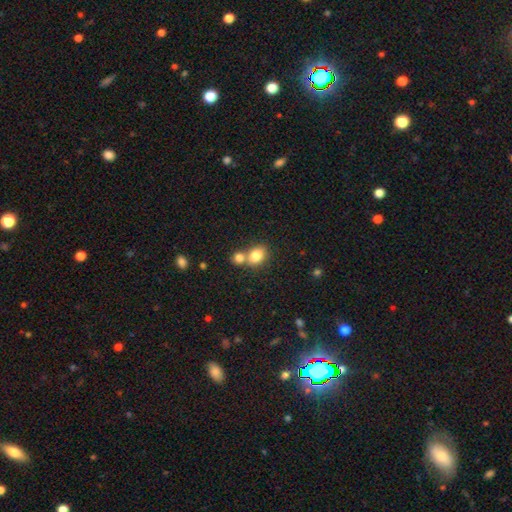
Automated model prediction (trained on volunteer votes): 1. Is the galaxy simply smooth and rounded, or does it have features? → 81% smooth, 10% star or artifact, 9% featured or disk.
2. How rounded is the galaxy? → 55% in between, 44% round, 1% cigar-shaped.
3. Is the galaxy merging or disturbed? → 45% merger, 43% none, 8% minor disturbance, 3% major disturbance.